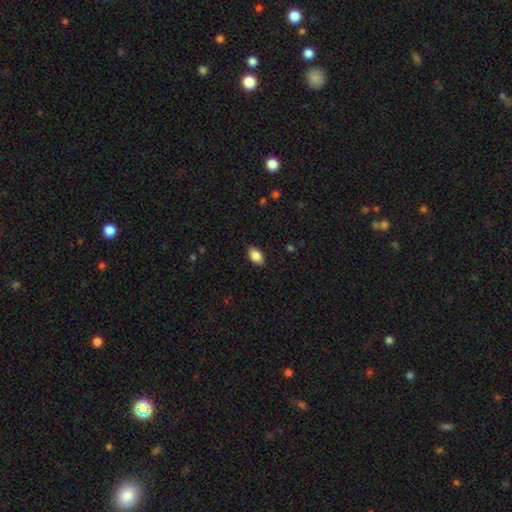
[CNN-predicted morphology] Overall: smooth (87%). How rounded: in between (92%). Merging: none (87%).